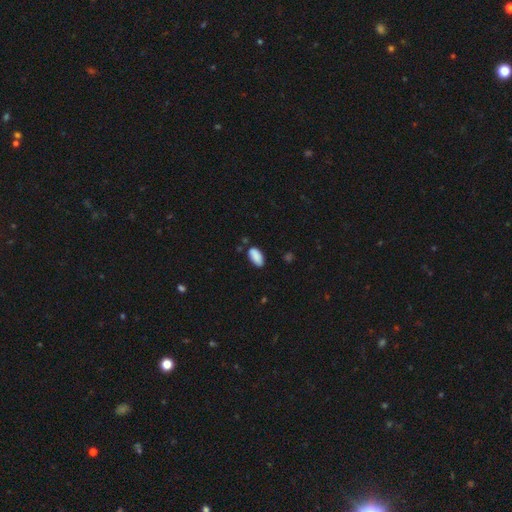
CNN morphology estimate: Overall: smooth (89%). How rounded: in between (93%). Merging: none (78%).